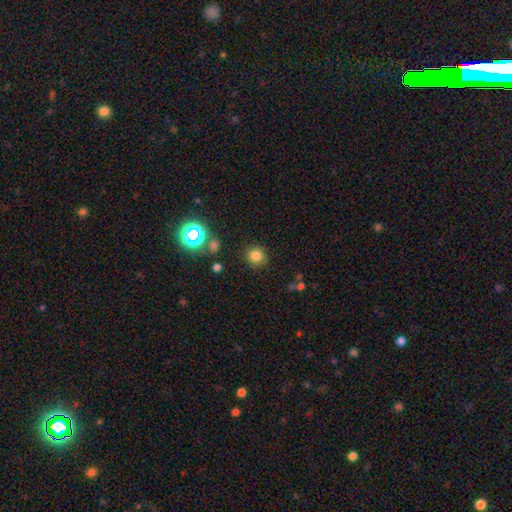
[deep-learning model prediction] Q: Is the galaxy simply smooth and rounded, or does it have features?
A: smooth — 78%.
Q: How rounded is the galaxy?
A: round — 89%.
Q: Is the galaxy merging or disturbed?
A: none — 87%.